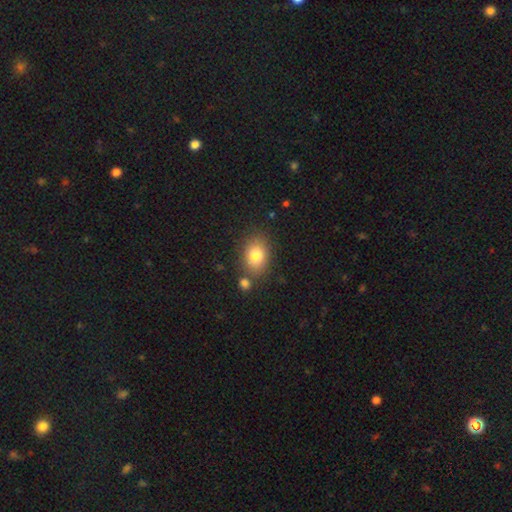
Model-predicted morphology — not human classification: The model was most divided on "how rounded": in between: 72%, round: 27%, cigar-shaped: 1%. More confident: smooth or featured — smooth (81%); merging — none (74%).